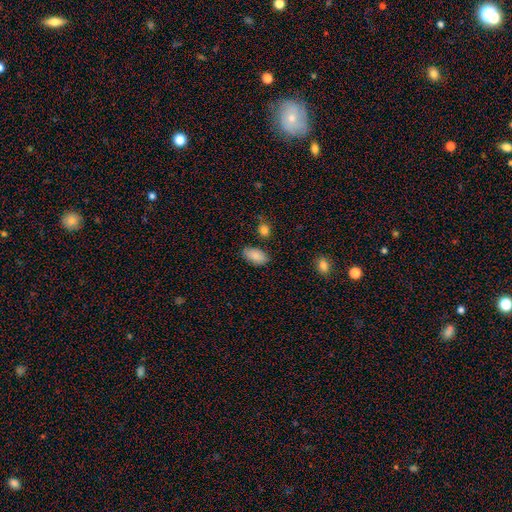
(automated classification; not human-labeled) Smooth or featured? smooth (87%)
How rounded? in between (93%)
Merging? none (81%)